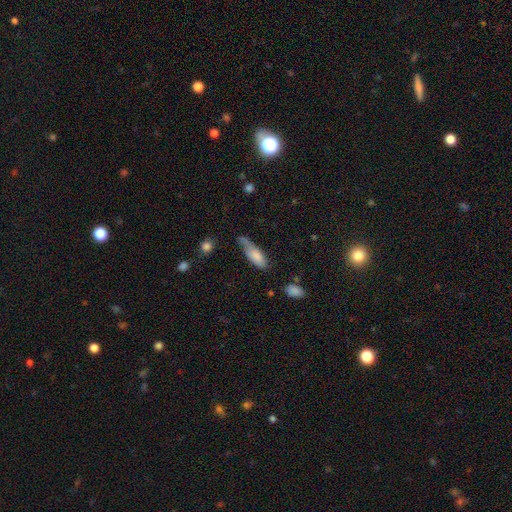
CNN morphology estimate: smooth 76%, featured or disk 17%, star or artifact 6%. Down the decision tree: how rounded — in between (64%); merging — minor disturbance (39%).